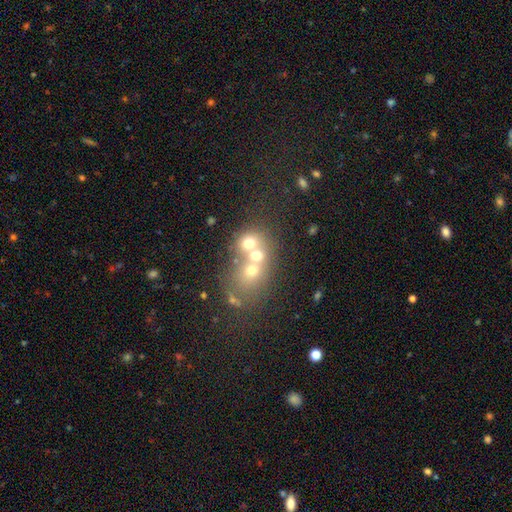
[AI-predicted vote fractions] This is possibly a smooth galaxy (53%). How rounded: likely round (64%). Merging: possibly merger (59%).